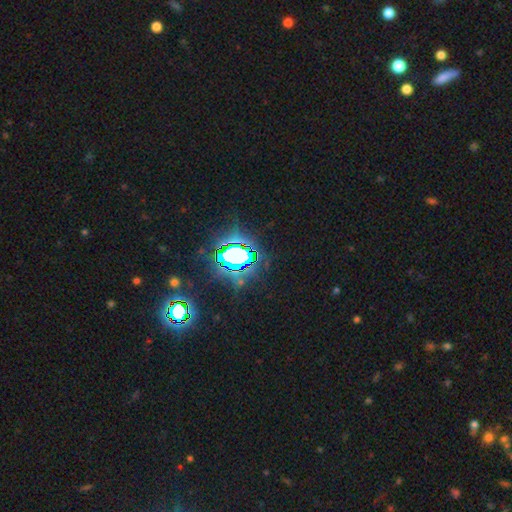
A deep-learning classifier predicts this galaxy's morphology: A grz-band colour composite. It shows a star or artifact, not a galaxy (84%).